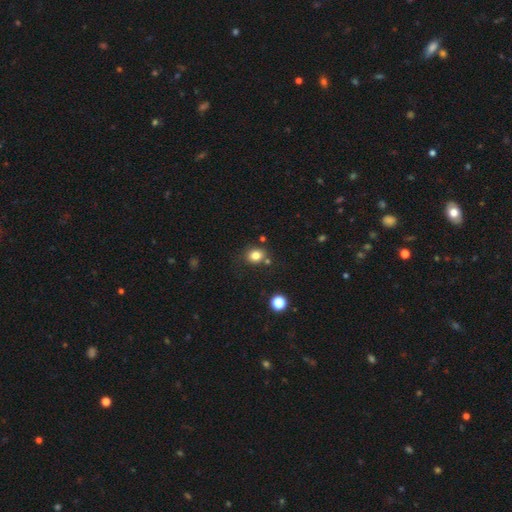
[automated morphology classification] Smooth or featured?
  - smooth: 82% *
  - star or artifact: 12%
  - featured or disk: 6%
How rounded?
  - round: 66% *
  - in between: 33%
  - cigar-shaped: 1%
Merging?
  - none: 75% *
  - minor disturbance: 13%
  - merger: 9%
  - major disturbance: 4%